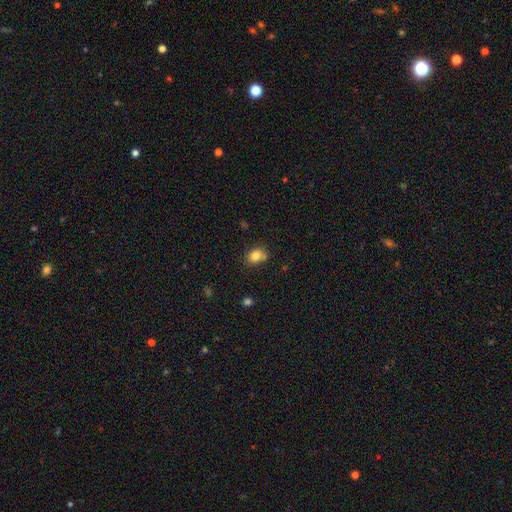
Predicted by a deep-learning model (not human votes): A smooth galaxy with no disk features (82%) that is in between round and cigar-shaped (57%).

Vote fractions:
- Smooth or featured? smooth: 82% / star or artifact: 10% / featured or disk: 8%
- How rounded? in between: 57% / round: 42% / cigar-shaped: 1%
- Merging? none: 65% / minor disturbance: 18% / merger: 12% / major disturbance: 5%